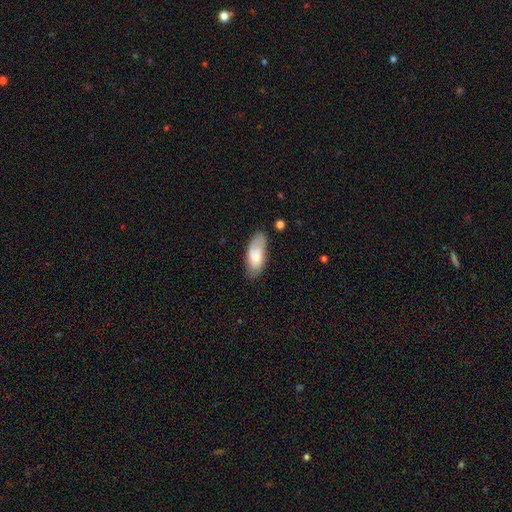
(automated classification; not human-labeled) A smooth galaxy with no disk features (68%) that is in between round and cigar-shaped (87%).

Vote fractions:
- Smooth or featured? smooth: 68% / featured or disk: 26% / star or artifact: 6%
- How rounded? in between: 87% / cigar-shaped: 11% / round: 2%
- Merging? none: 71% / minor disturbance: 21% / major disturbance: 5% / merger: 2%